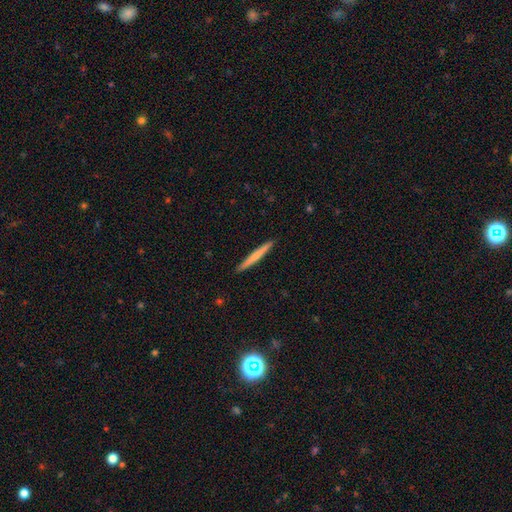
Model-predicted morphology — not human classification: This appears to be a smooth galaxy with no disk features (64%) that is cigar-shaped (97%). Merging: none (92%).